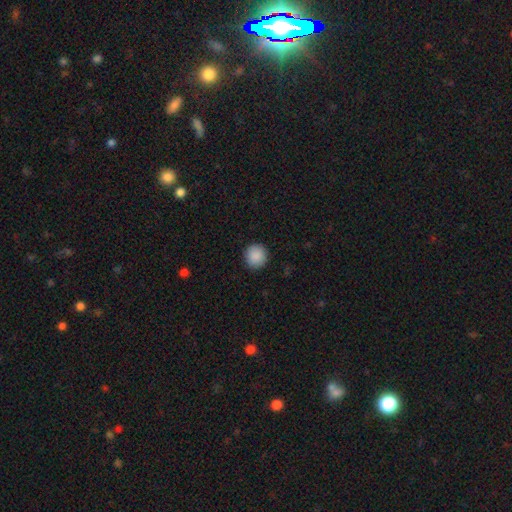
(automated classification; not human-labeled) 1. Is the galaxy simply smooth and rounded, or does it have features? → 89% smooth, 8% star or artifact, 3% featured or disk.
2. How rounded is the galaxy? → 93% round, 6% in between, 1% cigar-shaped.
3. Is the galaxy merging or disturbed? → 91% none, 6% minor disturbance, 2% major disturbance, 1% merger.